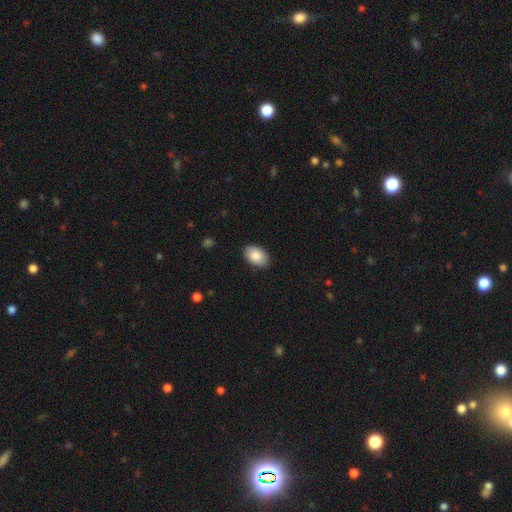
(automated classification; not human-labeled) This appears to be a smooth galaxy with no disk features (87%) that is in between round and cigar-shaped (89%). Merging: none (88%).